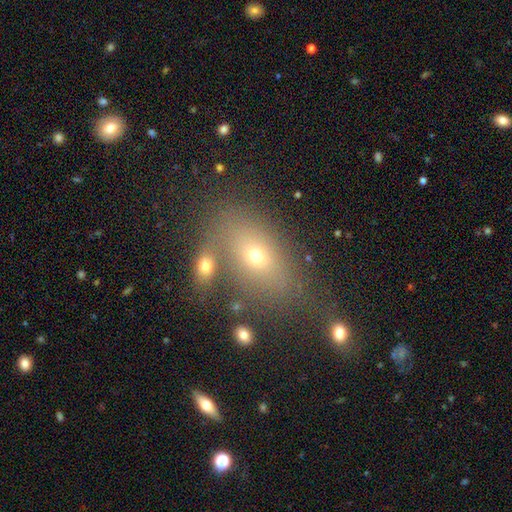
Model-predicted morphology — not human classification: This is likely a smooth galaxy (63%). How rounded: likely in between (78%). Merging: possibly none (58%).